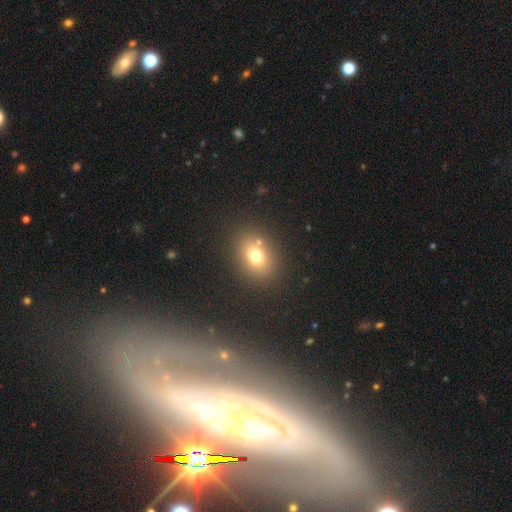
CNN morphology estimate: The model was most divided on "how rounded": in between: 57%, round: 42%, cigar-shaped: 1%. More confident: merging — none (79%); smooth or featured — smooth (72%).